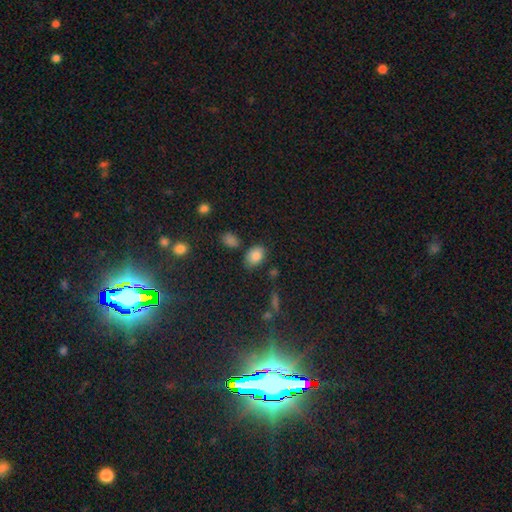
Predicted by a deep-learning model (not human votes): A smooth galaxy with no disk features (84%) that is in between round and cigar-shaped (82%).

Vote fractions:
- Smooth or featured? smooth: 84% / star or artifact: 9% / featured or disk: 7%
- How rounded? in between: 82% / round: 17% / cigar-shaped: 1%
- Merging? none: 74% / minor disturbance: 17% / merger: 5% / major disturbance: 4%